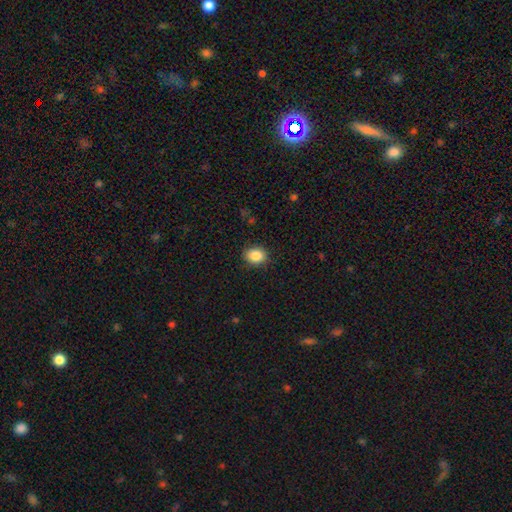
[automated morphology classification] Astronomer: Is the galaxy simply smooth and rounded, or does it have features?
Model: smooth — 87%.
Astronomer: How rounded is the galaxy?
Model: in between — 51% (runner-up: round, 48%).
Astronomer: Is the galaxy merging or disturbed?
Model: none — 89%.